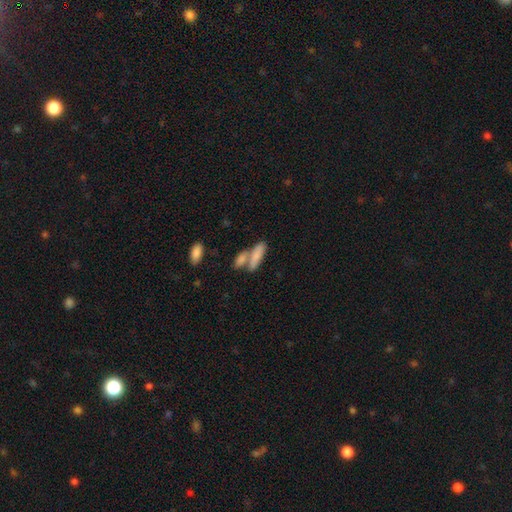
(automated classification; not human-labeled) Morphology: type=smooth (77%); roundness=in between (53%); merging=merger (48%).